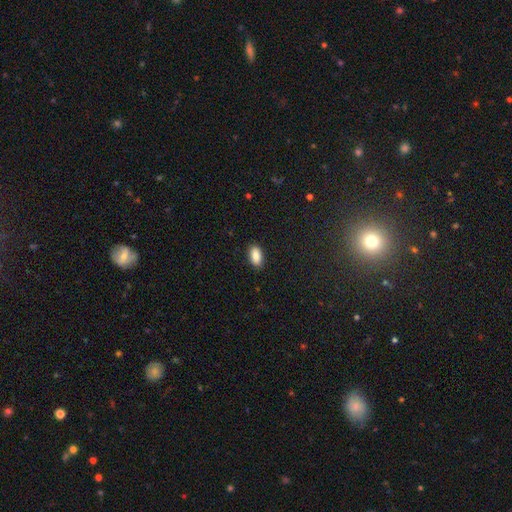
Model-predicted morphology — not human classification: Q: Smooth or featured?
A: smooth (87%); runner-up: star or artifact (7%)
Q: How rounded?
A: in between (92%); runner-up: round (4%)
Q: Merging?
A: none (88%); runner-up: minor disturbance (9%)